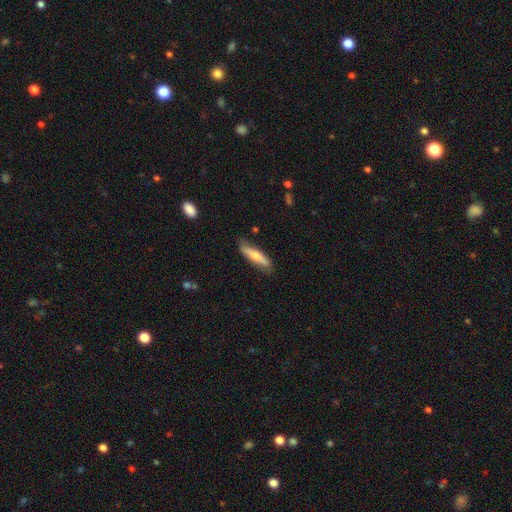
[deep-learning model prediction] This is likely a smooth galaxy (62%). How rounded: likely cigar-shaped (79%). Merging: clearly none (81%).